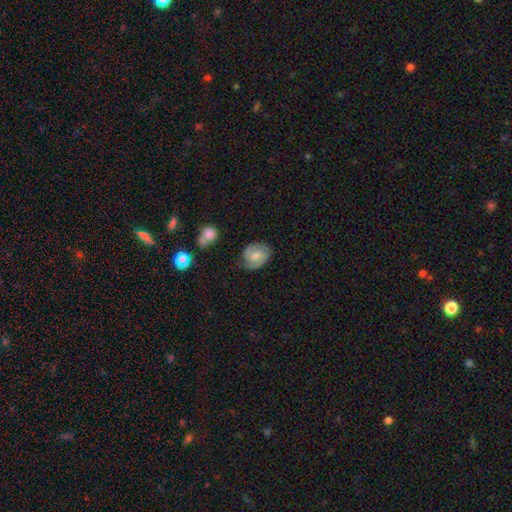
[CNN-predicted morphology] Smooth or featured? Predicted: featured or disk (p=0.60). Edge-on disk? Predicted: no (p=0.97). Bar? Predicted: no (p=0.54). Spiral arms? Predicted: yes (p=0.90). Spiral winding? Predicted: tight (p=0.50). Spiral arm count? Predicted: 2 (p=0.73). Bulge size? Predicted: moderate (p=0.52). Merging? Predicted: none (p=0.67).